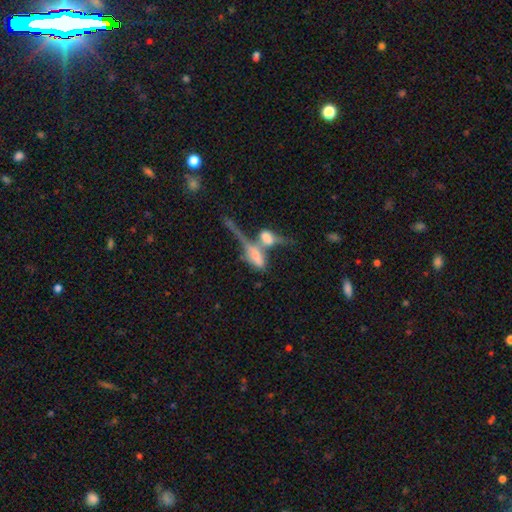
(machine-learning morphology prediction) Overall: smooth (46%; featured or disk 43%). Merging: merger (64%).